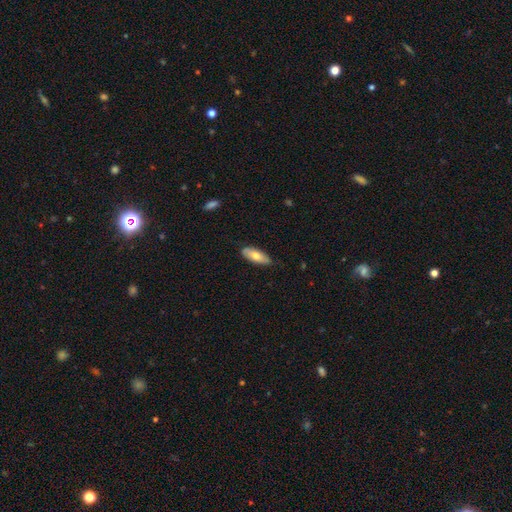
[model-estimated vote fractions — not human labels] Q: Smooth or featured?
A: smooth (71%); runner-up: featured or disk (23%)
Q: How rounded?
A: in between (73%); runner-up: cigar-shaped (25%)
Q: Merging?
A: none (82%); runner-up: minor disturbance (15%)